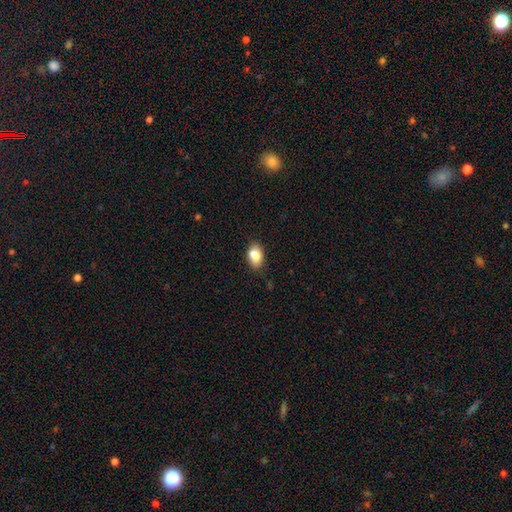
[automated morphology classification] This is clearly a smooth galaxy (84%). How rounded: clearly in between (85%). Merging: likely none (71%).